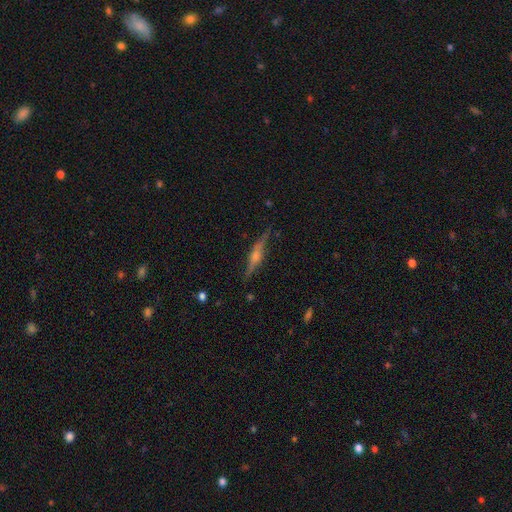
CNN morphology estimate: Overall: featured or disk (74%). Edge-on disk: yes (96%). Edge-on bulge: rounded (80%). Merging: none (81%).